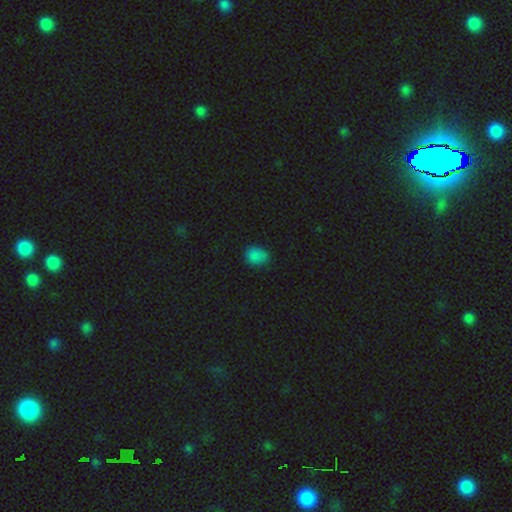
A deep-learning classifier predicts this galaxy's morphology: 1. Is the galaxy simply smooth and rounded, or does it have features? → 80% smooth, 16% star or artifact, 4% featured or disk.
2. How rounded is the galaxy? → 59% in between, 39% round, 1% cigar-shaped.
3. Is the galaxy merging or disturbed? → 75% none, 19% minor disturbance, 4% major disturbance, 2% merger.